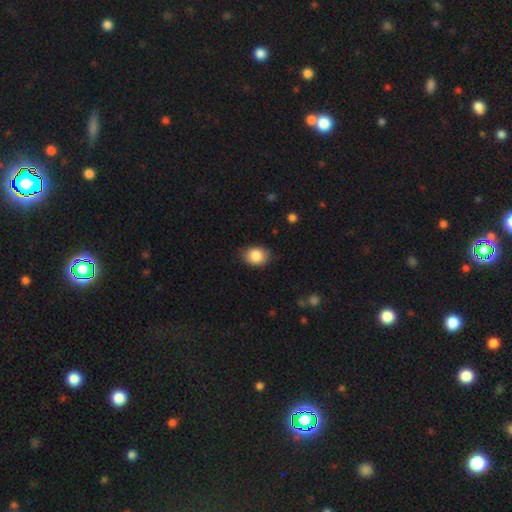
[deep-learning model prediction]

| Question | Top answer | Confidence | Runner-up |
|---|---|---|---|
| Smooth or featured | smooth | 86% | star or artifact (8%) |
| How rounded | in between | 59% | round (40%) |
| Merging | none | 80% | minor disturbance (16%) |